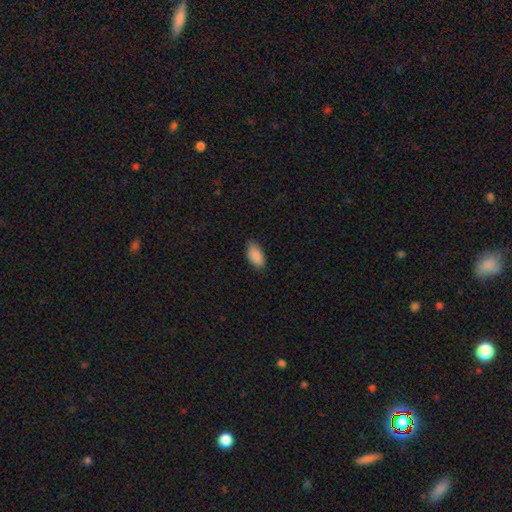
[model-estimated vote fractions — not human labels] The model was most divided on "merging": none: 80%, minor disturbance: 16%, major disturbance: 3%, merger: 1%. More confident: how rounded — in between (92%); smooth or featured — smooth (89%).